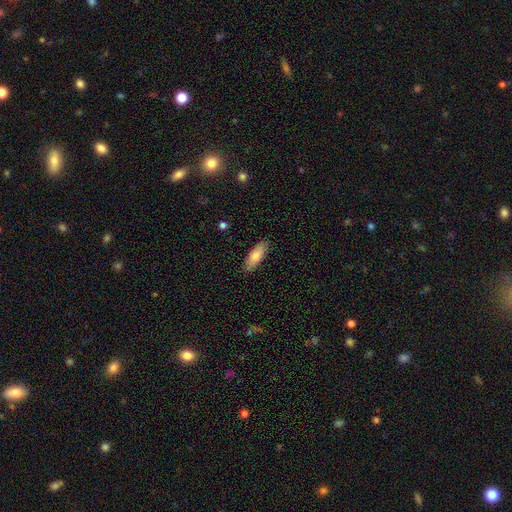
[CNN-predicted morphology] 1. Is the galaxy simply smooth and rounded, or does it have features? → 80% smooth, 15% featured or disk, 6% star or artifact.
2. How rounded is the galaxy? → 62% in between, 36% cigar-shaped, 2% round.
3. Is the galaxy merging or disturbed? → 86% none, 11% minor disturbance, 2% major disturbance, 1% merger.